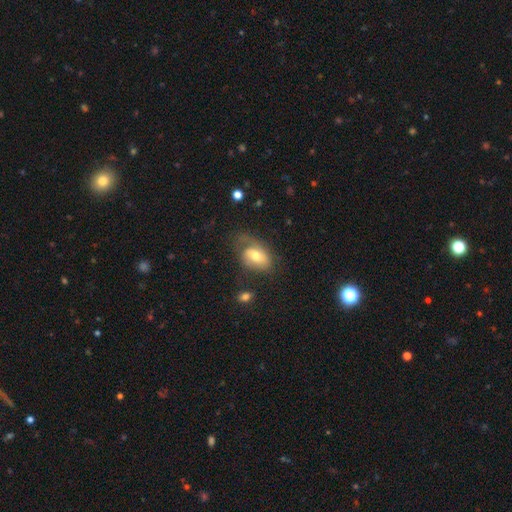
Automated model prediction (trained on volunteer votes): Morphology: type=smooth (54%); roundness=in between (80%); merging=none (43%).